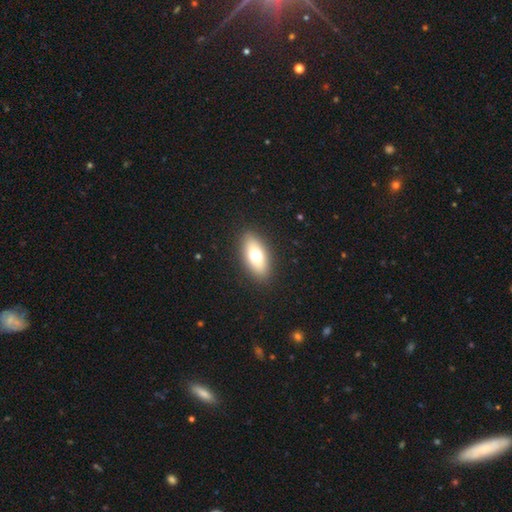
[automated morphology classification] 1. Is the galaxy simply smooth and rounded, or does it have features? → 68% smooth, 24% featured or disk, 8% star or artifact.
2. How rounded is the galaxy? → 84% in between, 11% cigar-shaped, 5% round.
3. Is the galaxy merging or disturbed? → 89% none, 8% minor disturbance, 2% major disturbance, 1% merger.